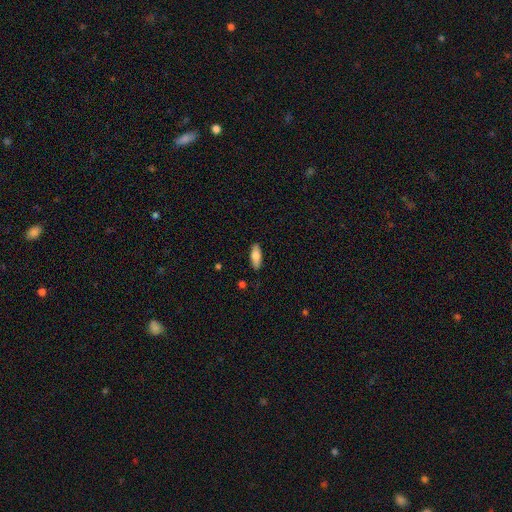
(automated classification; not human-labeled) The model was most divided on "how rounded": in between: 70%, cigar-shaped: 28%, round: 2%. More confident: merging — none (87%); smooth or featured — smooth (76%).